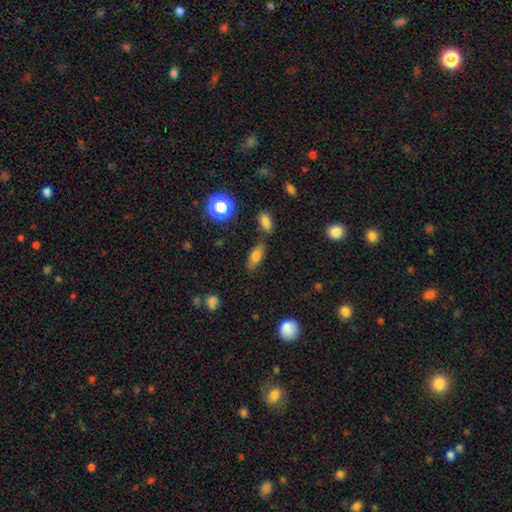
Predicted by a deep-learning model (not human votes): smooth-or-featured: smooth: 76% | featured or disk: 13% | star or artifact: 12%
  how-rounded: in between: 78% | cigar-shaped: 16% | round: 5%
  merging: none: 73% | minor disturbance: 14% | merger: 8% | major disturbance: 4%